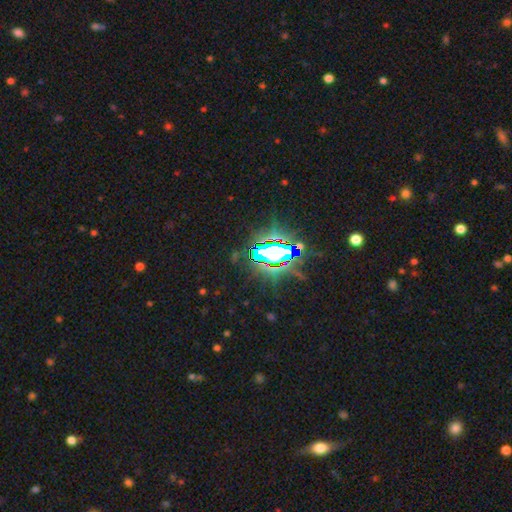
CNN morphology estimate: star or artifact 80%, smooth 10%, featured or disk 9%.